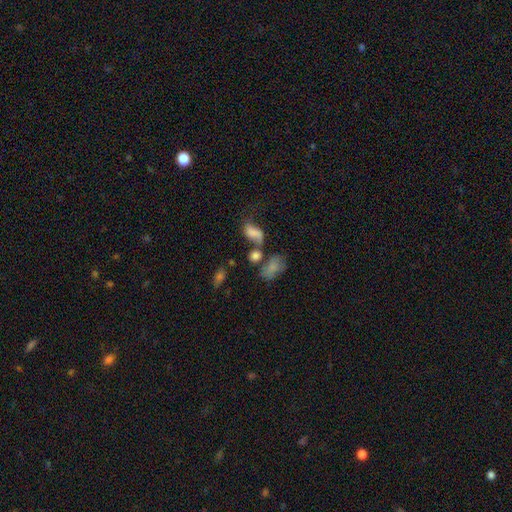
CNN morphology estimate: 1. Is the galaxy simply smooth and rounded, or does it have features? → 65% smooth, 21% featured or disk, 14% star or artifact.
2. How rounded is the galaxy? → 74% in between, 23% round, 3% cigar-shaped.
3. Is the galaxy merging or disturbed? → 35% merger, 33% none, 17% minor disturbance, 16% major disturbance.